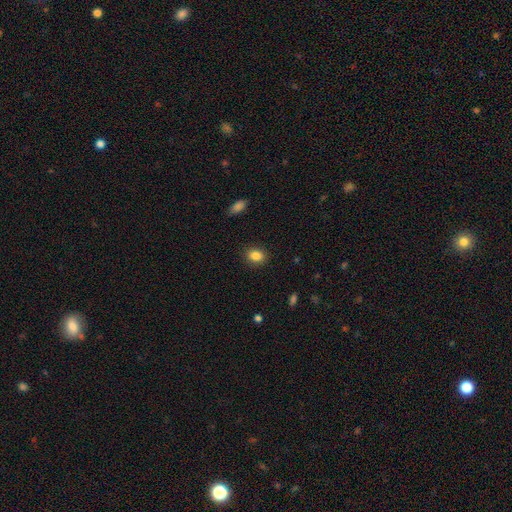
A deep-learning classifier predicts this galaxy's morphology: This appears to be a smooth galaxy with no disk features (86%) that is in between round and cigar-shaped (58%). Merging: none (88%).